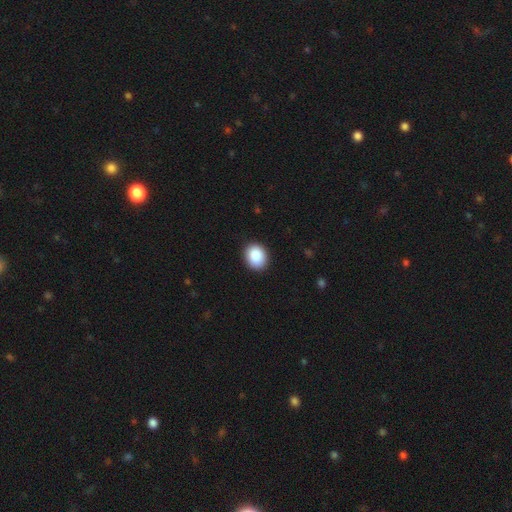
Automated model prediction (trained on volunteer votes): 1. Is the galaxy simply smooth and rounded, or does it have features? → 89% smooth, 7% star or artifact, 4% featured or disk.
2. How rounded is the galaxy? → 51% round, 48% in between, 1% cigar-shaped.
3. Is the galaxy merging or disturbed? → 90% none, 8% minor disturbance, 2% major disturbance, 1% merger.